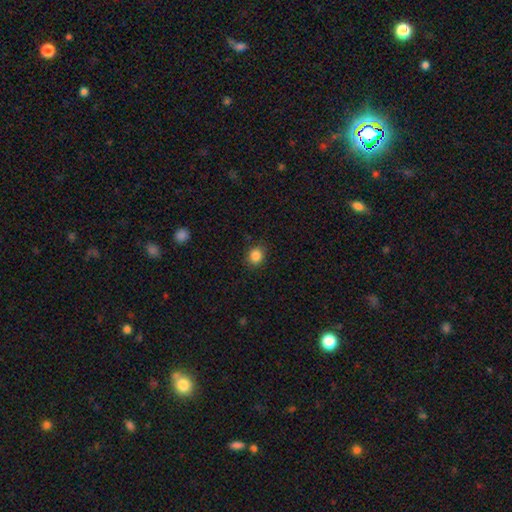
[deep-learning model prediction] The model was most divided on "how rounded": round: 71%, in between: 28%, cigar-shaped: 1%. More confident: merging — none (88%); smooth or featured — smooth (86%).